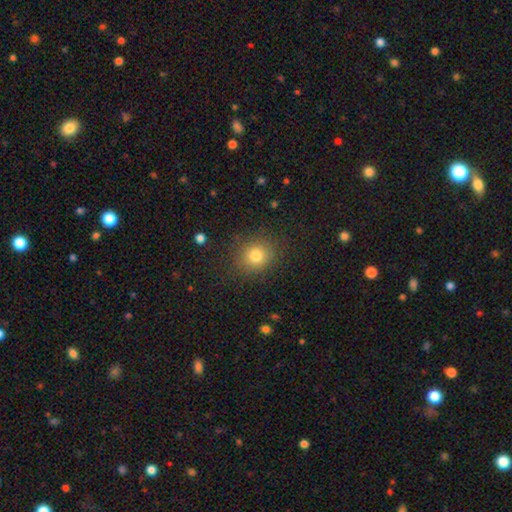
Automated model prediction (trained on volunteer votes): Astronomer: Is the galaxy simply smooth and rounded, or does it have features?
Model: smooth — 79%.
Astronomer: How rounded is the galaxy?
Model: round — 82%.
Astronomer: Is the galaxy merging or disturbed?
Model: none — 86%.